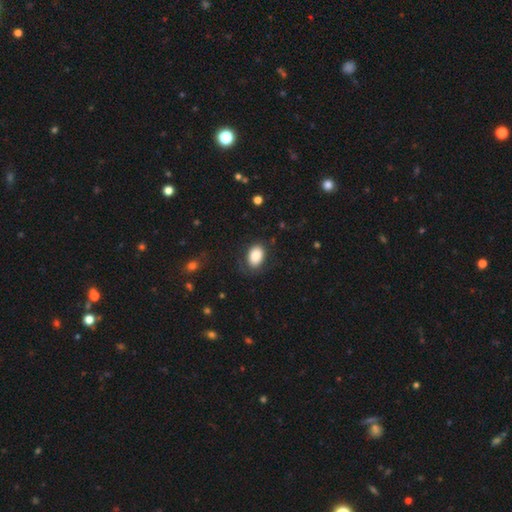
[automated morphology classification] The model was most divided on "merging": none: 77%, minor disturbance: 15%, major disturbance: 7%, merger: 1%. More confident: smooth or featured — smooth (86%); how rounded — in between (84%).